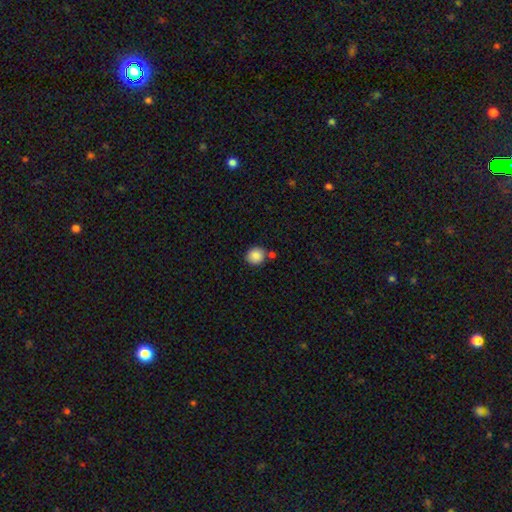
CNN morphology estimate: The model was most divided on "merging": none: 75%, merger: 12%, minor disturbance: 10%, major disturbance: 3%. More confident: smooth or featured — smooth (86%); how rounded — round (86%).